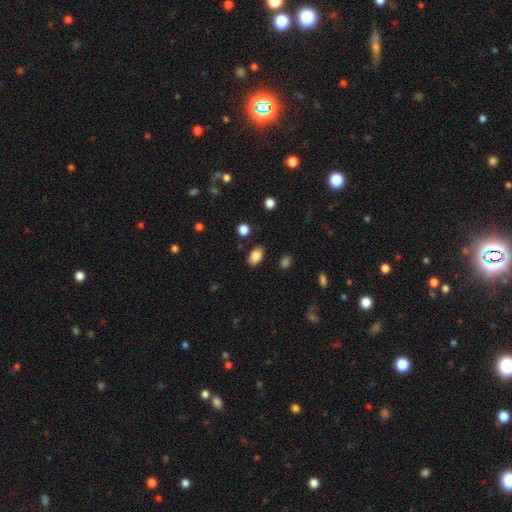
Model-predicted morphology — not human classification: Smooth or featured? Predicted: smooth (p=0.85). How rounded? Predicted: in between (p=0.88). Merging? Predicted: none (p=0.85).